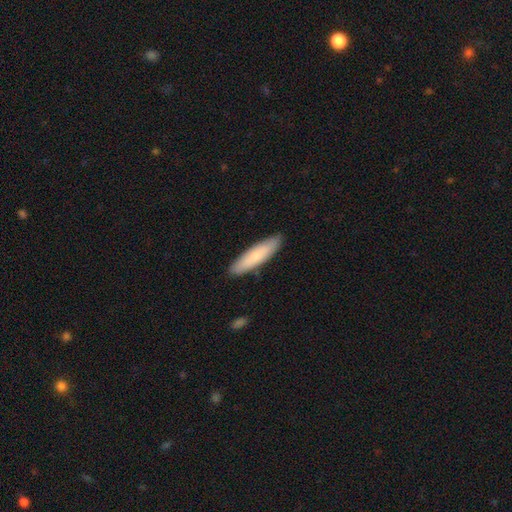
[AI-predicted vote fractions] A smooth galaxy with no disk features (72%) that is cigar-shaped (73%).

Vote fractions:
- Smooth or featured? smooth: 72% / featured or disk: 22% / star or artifact: 6%
- How rounded? cigar-shaped: 73% / in between: 26% / round: 1%
- Merging? none: 88% / minor disturbance: 9% / major disturbance: 2% / merger: 1%